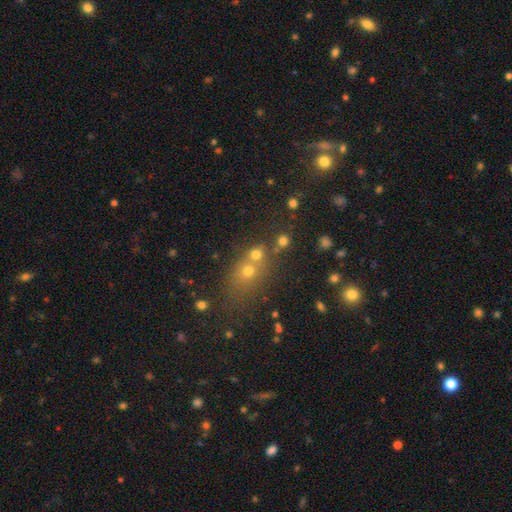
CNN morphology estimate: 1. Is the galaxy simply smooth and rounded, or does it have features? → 55% smooth, 30% star or artifact, 15% featured or disk.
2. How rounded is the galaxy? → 67% round, 30% in between, 3% cigar-shaped.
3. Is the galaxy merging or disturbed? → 51% none, 35% merger, 9% minor disturbance, 5% major disturbance.